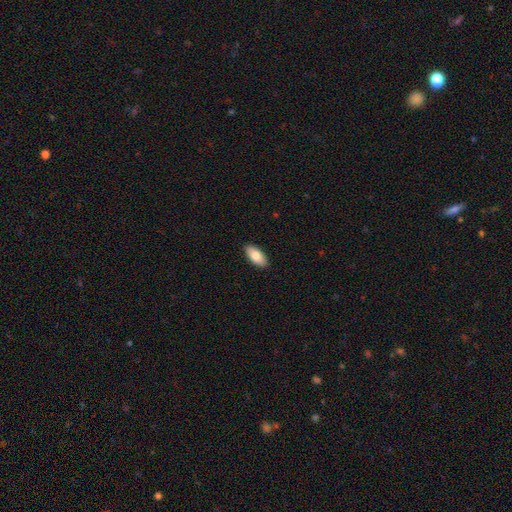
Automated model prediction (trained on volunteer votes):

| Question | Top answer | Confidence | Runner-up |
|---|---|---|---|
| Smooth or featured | smooth | 81% | featured or disk (13%) |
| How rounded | in between | 90% | cigar-shaped (8%) |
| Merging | none | 90% | minor disturbance (8%) |